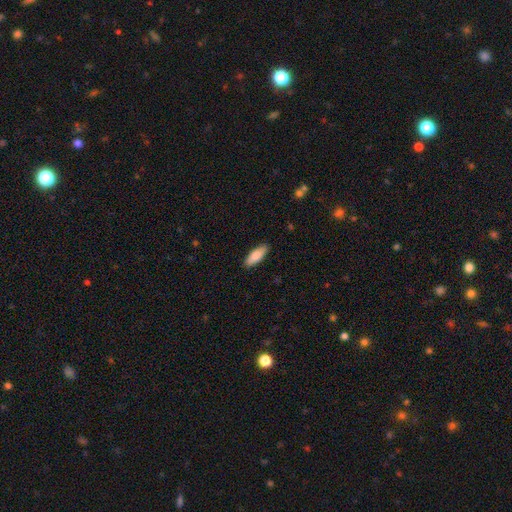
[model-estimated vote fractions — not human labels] smooth 84%, featured or disk 11%, star or artifact 5%. Down the decision tree: how rounded — in between (65%); merging — none (88%).